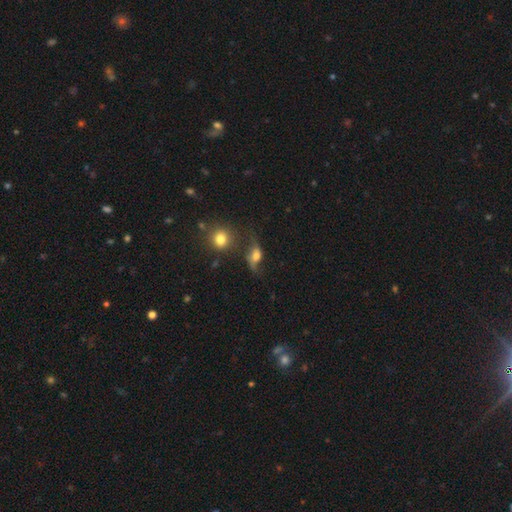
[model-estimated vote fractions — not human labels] A featured or disk galaxy (48%).

Vote fractions:
- Smooth or featured? featured or disk: 48% / smooth: 40% / star or artifact: 12%
- Merging? none: 45% / major disturbance: 23% / minor disturbance: 22% / merger: 10%